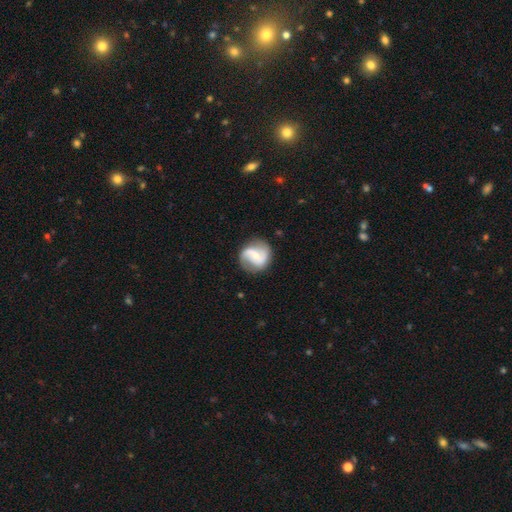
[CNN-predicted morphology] featured or disk 78%, smooth 17%, star or artifact 5%. Down the decision tree: edge-on disk — no (98%); bar — weak (45%); spiral arms — yes (94%); spiral arm count — 2 (88%); spiral winding — medium (44%); bulge size — small (55%); merging — none (77%).